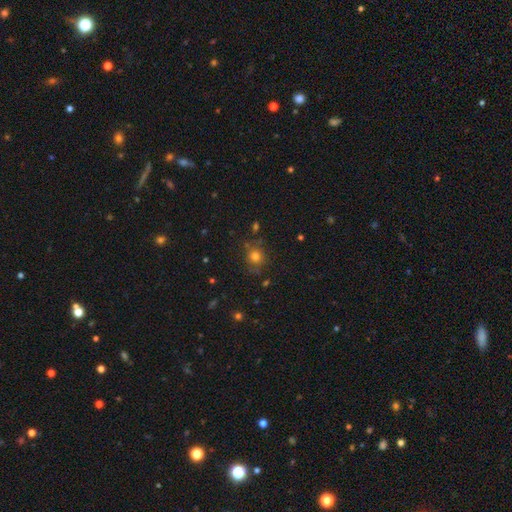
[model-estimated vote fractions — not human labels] This appears to be a smooth galaxy with no disk features (71%) that is round (84%). Merging: none (76%).